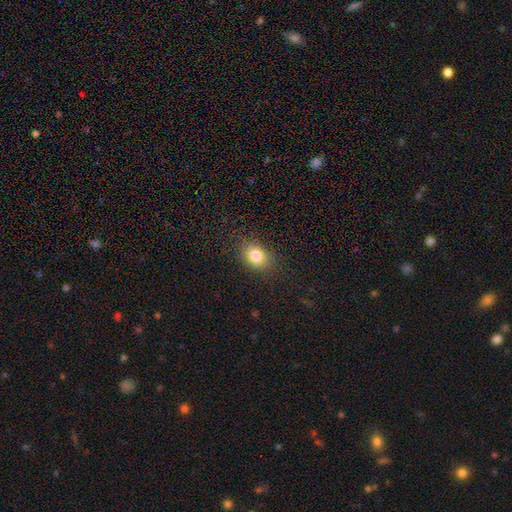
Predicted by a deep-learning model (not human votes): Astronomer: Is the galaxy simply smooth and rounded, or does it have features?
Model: smooth — 82%.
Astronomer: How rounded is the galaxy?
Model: in between — 66%.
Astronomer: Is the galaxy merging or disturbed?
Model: none — 86%.